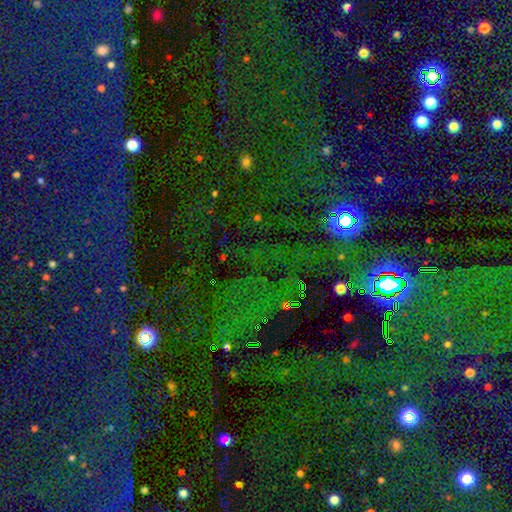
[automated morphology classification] Smooth or featured? Predicted: star or artifact (p=0.74).